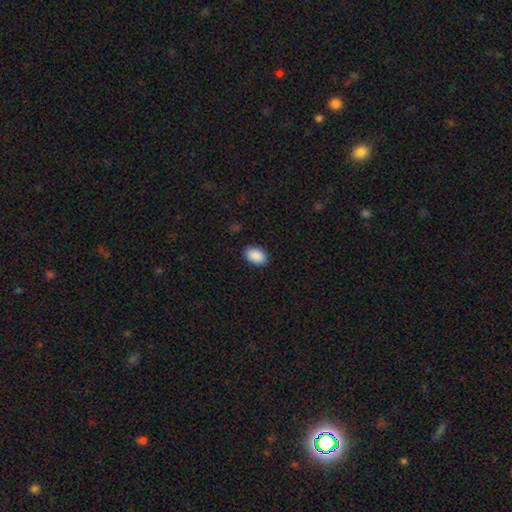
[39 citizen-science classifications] Overall: smooth (95%). How rounded: in between (92%). Merging: none (78%).